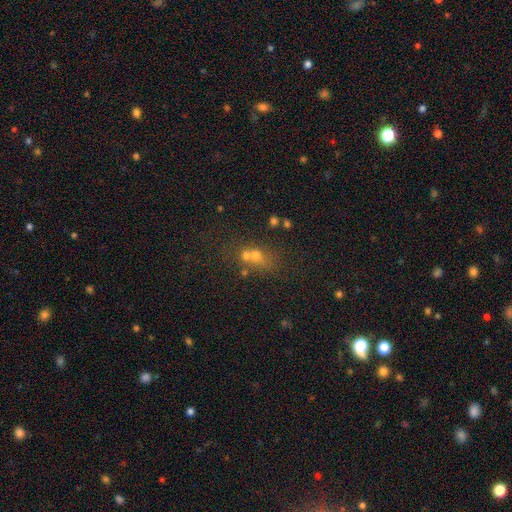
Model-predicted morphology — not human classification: A smooth galaxy with no disk features (53%) that is round (62%).

Vote fractions:
- Smooth or featured? smooth: 53% / star or artifact: 25% / featured or disk: 22%
- How rounded? round: 62% / in between: 35% / cigar-shaped: 3%
- Merging? merger: 49% / none: 35% / minor disturbance: 9% / major disturbance: 7%